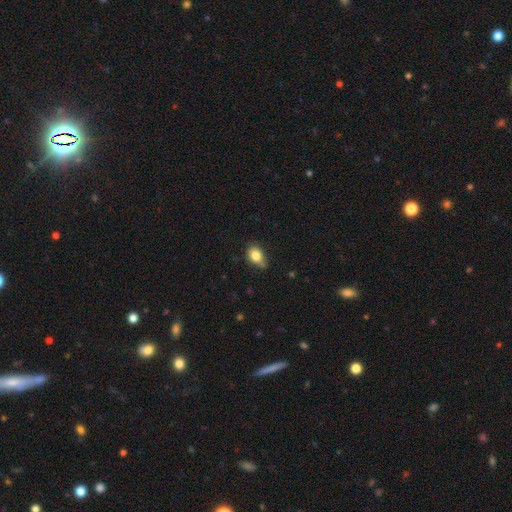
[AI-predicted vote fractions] Smooth or featured: smooth — 82% (star or artifact — 9%)
How rounded: in between — 65% (round — 33%)
Merging: none — 54% (minor disturbance — 36%)